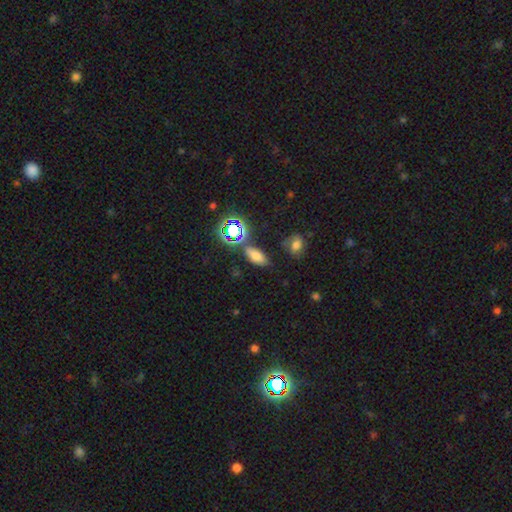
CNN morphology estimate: A smooth galaxy with no disk features (66%) that is in between round and cigar-shaped (83%).

Vote fractions:
- Smooth or featured? smooth: 66% / star or artifact: 25% / featured or disk: 9%
- How rounded? in between: 83% / cigar-shaped: 10% / round: 7%
- Merging? none: 76% / minor disturbance: 13% / merger: 6% / major disturbance: 4%